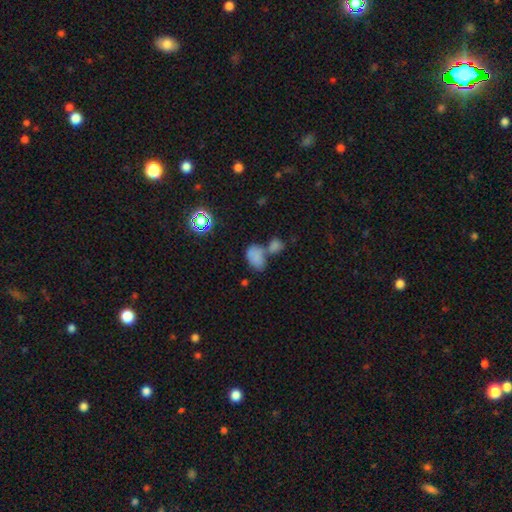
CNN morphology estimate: type=smooth (75%); roundness=in between (86%); merging=merger (53%).